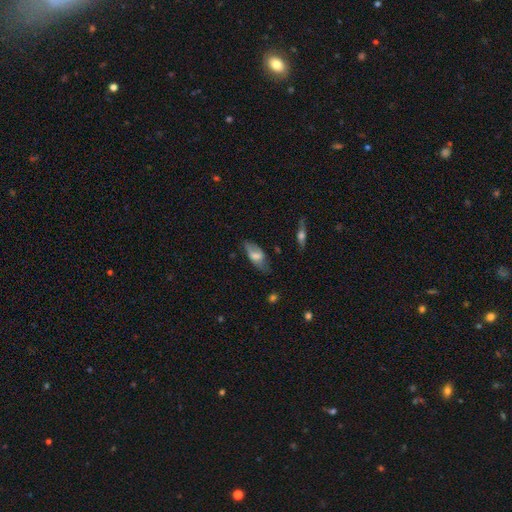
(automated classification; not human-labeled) This appears to be a smooth galaxy with no disk features (54%) that is in between round and cigar-shaped (82%). Merging: none (53%).